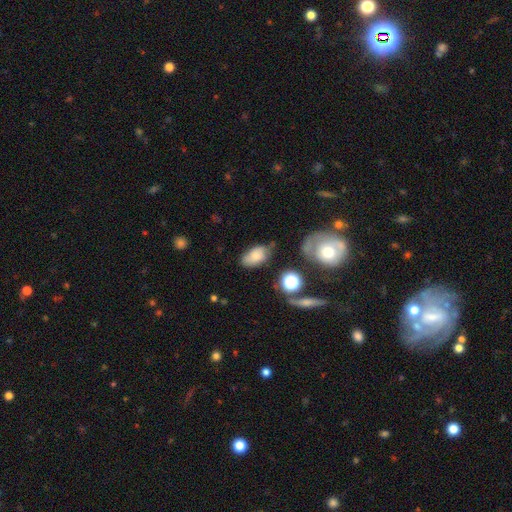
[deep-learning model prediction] This appears to be a smooth galaxy with no disk features (68%) that is in between round and cigar-shaped (90%). Merging: none (57%).